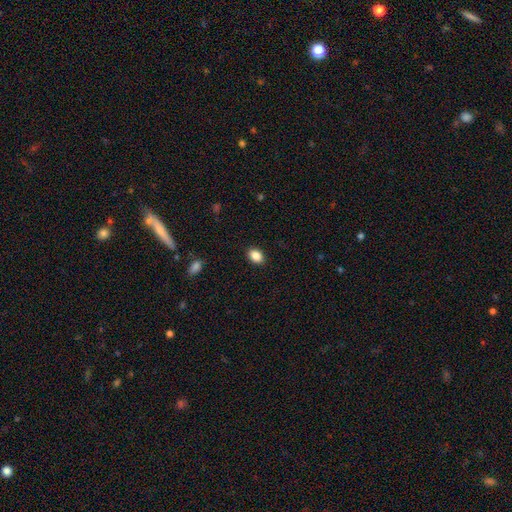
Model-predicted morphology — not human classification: smooth_or_featured: smooth (p=0.88) [alt: star or artifact p=0.08]
how_rounded: in between (p=0.81) [alt: round p=0.18]
merging: none (p=0.89) [alt: minor disturbance p=0.08]